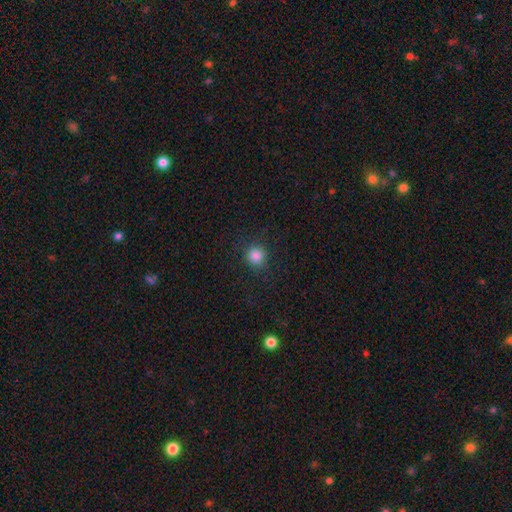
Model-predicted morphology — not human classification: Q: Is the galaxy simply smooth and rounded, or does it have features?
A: smooth — 84%.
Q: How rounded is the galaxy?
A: round — 93%.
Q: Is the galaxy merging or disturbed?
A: none — 88%.